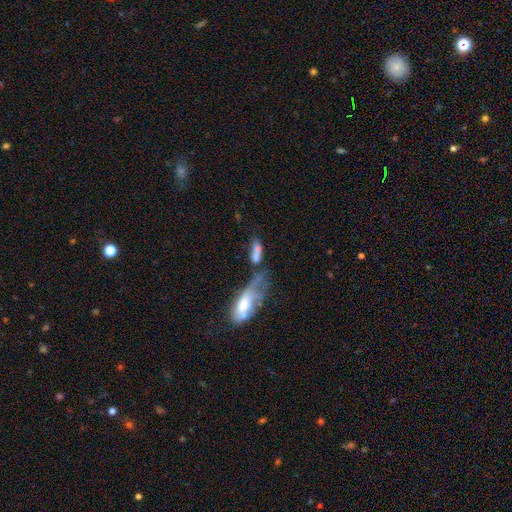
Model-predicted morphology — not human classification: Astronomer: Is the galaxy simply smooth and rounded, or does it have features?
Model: smooth — 64%.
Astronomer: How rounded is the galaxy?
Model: in between — 65%.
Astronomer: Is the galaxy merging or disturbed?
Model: merger — 45% (runner-up: none, 22%).